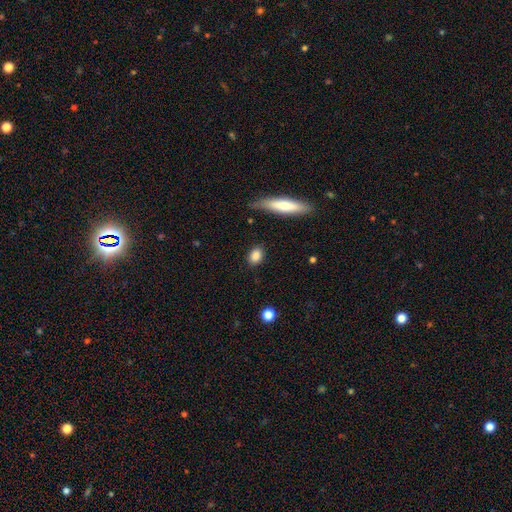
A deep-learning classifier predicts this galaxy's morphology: smooth 86%, star or artifact 8%, featured or disk 6%. Down the decision tree: how rounded — in between (65%); merging — none (85%).